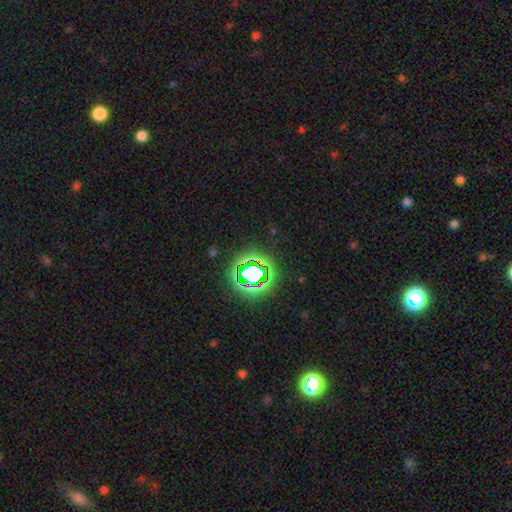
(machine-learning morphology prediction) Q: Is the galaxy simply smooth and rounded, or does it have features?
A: star or artifact — 78%.